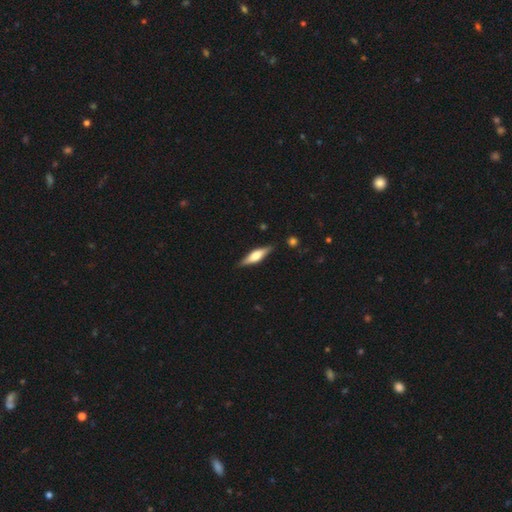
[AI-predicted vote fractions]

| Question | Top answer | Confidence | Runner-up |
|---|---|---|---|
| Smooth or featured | featured or disk | 54% | smooth (40%) |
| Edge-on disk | yes | 94% | no (6%) |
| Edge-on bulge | rounded | 82% | boxy (15%) |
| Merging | none | 86% | minor disturbance (10%) |